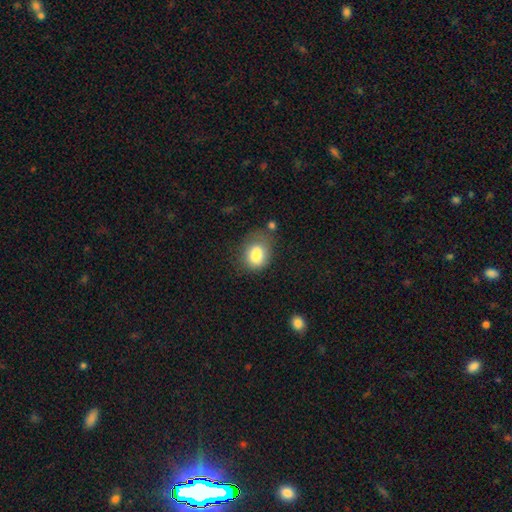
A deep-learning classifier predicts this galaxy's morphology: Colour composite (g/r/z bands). It shows a smooth galaxy with no disk features (82%) that is in between round and cigar-shaped (57%). Merging: none (51%).